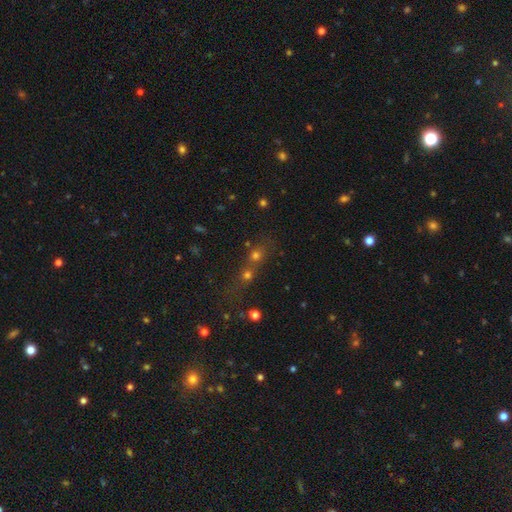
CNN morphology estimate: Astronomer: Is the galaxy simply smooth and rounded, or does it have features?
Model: smooth — 53% (runner-up: star or artifact, 31%).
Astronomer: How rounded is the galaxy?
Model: round — 71%.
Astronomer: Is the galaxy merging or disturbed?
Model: merger — 54% (runner-up: none, 34%).